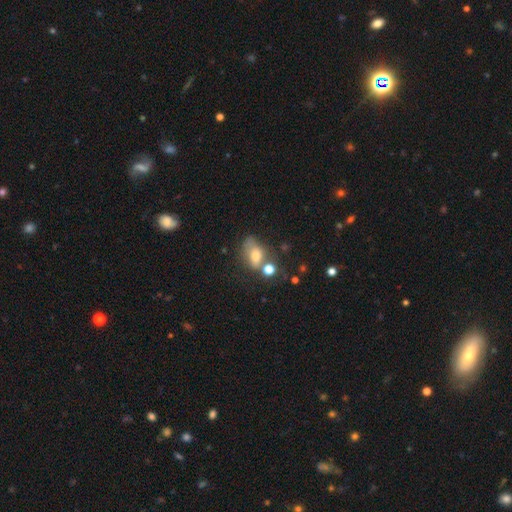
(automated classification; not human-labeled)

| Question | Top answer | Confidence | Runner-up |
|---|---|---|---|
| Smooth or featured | smooth | 63% | featured or disk (24%) |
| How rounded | in between | 78% | round (17%) |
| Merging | none | 35% | minor disturbance (24%) |